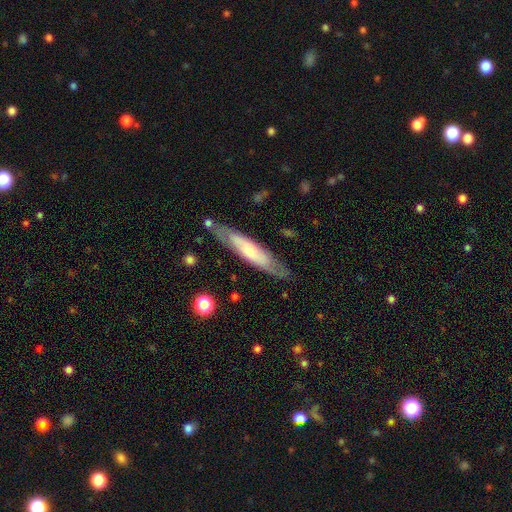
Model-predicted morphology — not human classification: This is possibly a featured or disk galaxy (49%). Merging: likely none (78%).